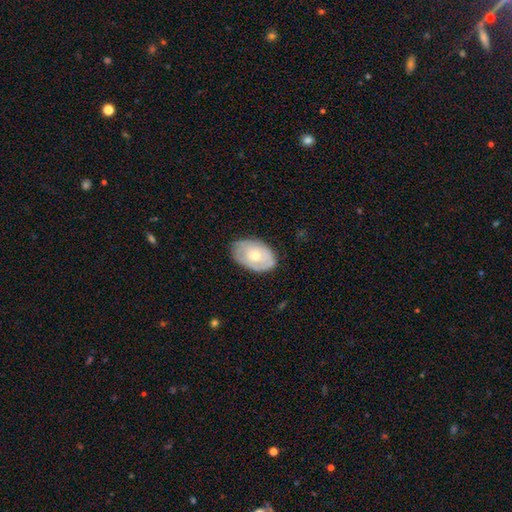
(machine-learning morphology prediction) Smooth or featured? smooth (48%)
Merging? none (75%)